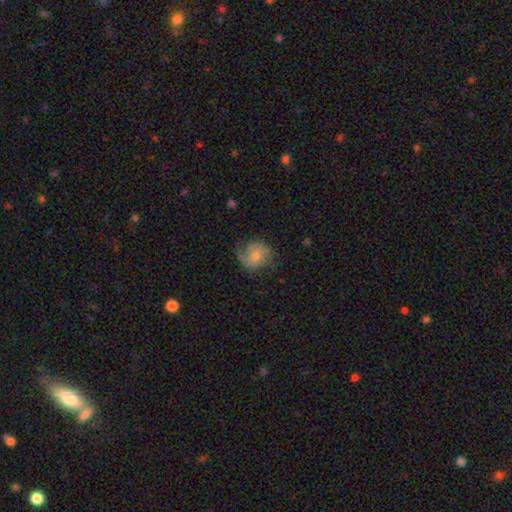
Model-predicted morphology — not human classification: featured or disk 46%, smooth 45%, star or artifact 9%. Down the decision tree: merging — none (63%).